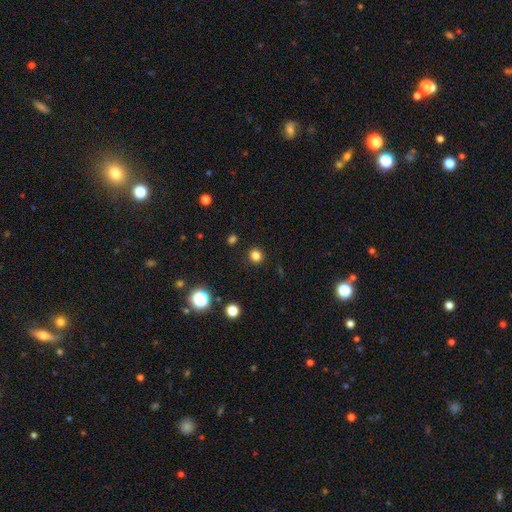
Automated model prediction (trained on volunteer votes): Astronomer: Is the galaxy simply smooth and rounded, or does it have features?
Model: smooth — 81%.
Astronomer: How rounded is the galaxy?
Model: round — 92%.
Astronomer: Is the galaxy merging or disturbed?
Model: none — 92%.